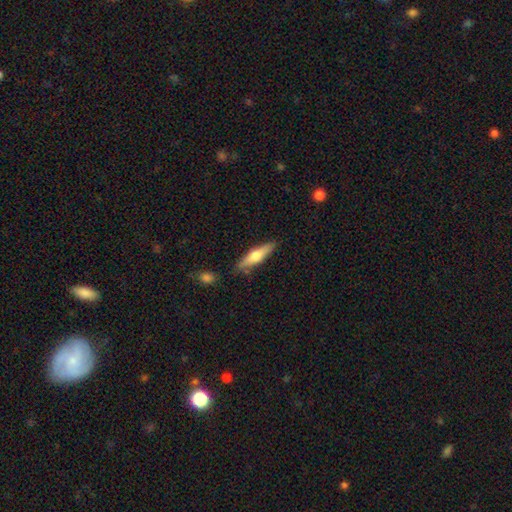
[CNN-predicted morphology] Smooth or featured? Predicted: smooth (p=0.51). How rounded? Predicted: cigar-shaped (p=0.74). Merging? Predicted: none (p=0.83).